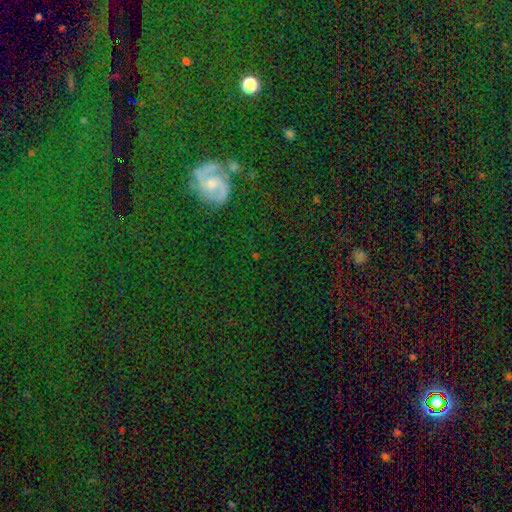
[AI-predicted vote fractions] A star or artifact, not a galaxy (38%).